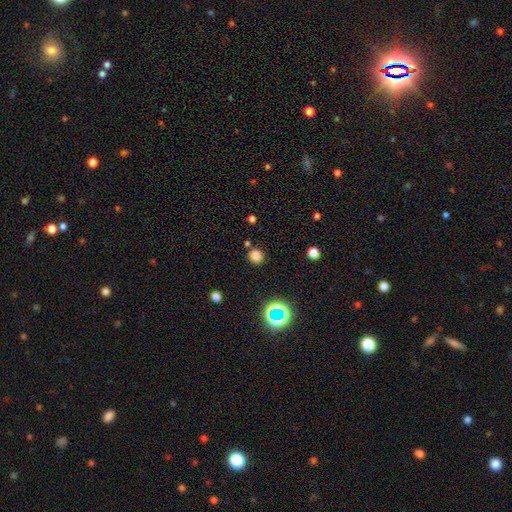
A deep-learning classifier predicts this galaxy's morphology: Smooth or featured: smooth — 77% (star or artifact — 18%)
How rounded: round — 90% (in between — 9%)
Merging: none — 84% (minor disturbance — 8%)